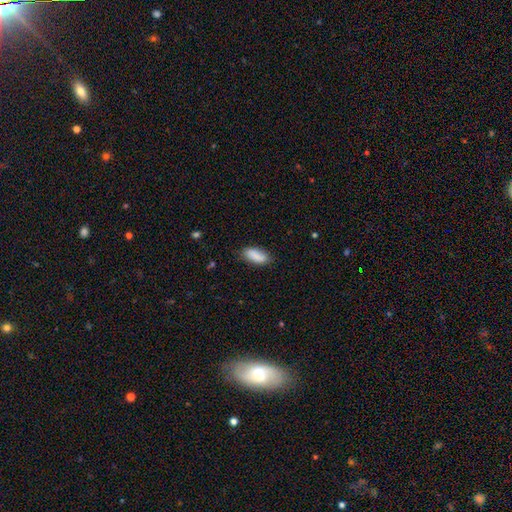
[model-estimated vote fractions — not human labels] smooth 85%, featured or disk 8%, star or artifact 7%. Down the decision tree: how rounded — in between (86%); merging — none (76%).